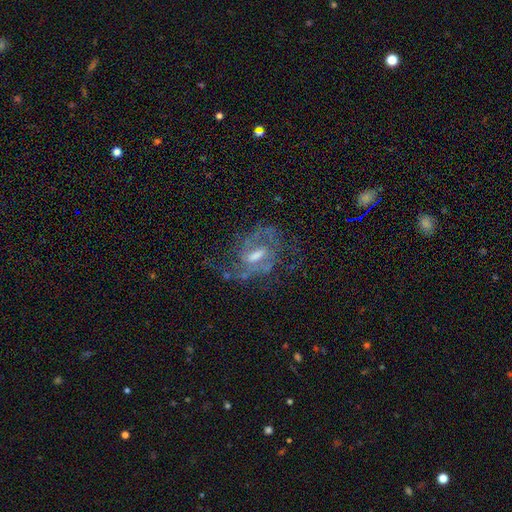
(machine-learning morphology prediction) This is clearly a featured or disk galaxy (83%). It is clearly not viewed edge-on (96%). Bar: possibly weak (55%). Spiral arm pattern: clearly yes (91%). Spiral arm count: likely 2 (65%). Spiral winding: possibly medium (50%). Central bulge: possibly moderate (50%). Merging: possibly none (60%).